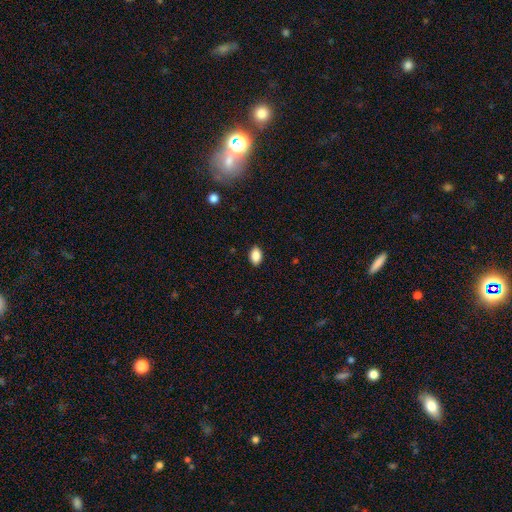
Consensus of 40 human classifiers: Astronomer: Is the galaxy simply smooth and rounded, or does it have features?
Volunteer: smooth — 88%.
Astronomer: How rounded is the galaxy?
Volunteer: in between — 83%.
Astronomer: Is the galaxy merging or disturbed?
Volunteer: none — 92%.